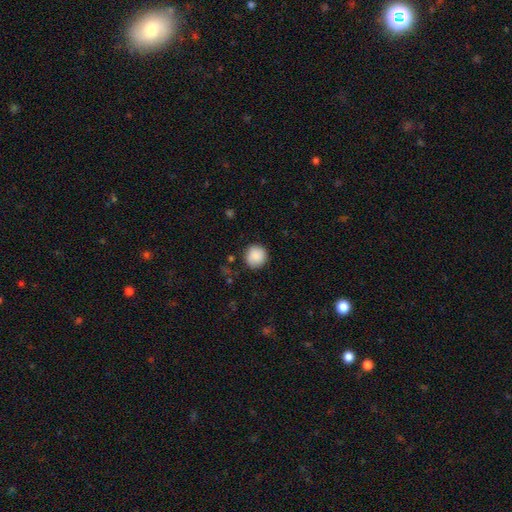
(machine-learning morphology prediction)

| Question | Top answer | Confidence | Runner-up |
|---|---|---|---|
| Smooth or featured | smooth | 88% | star or artifact (8%) |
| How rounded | round | 92% | in between (7%) |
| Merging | none | 87% | minor disturbance (9%) |